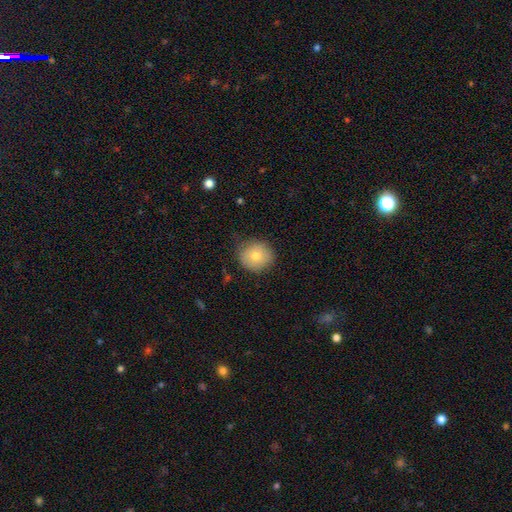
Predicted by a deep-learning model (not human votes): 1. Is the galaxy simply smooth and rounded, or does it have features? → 75% smooth, 16% featured or disk, 9% star or artifact.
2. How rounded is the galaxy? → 88% round, 11% in between, 1% cigar-shaped.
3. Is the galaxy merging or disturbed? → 81% none, 15% minor disturbance, 3% major disturbance, 1% merger.